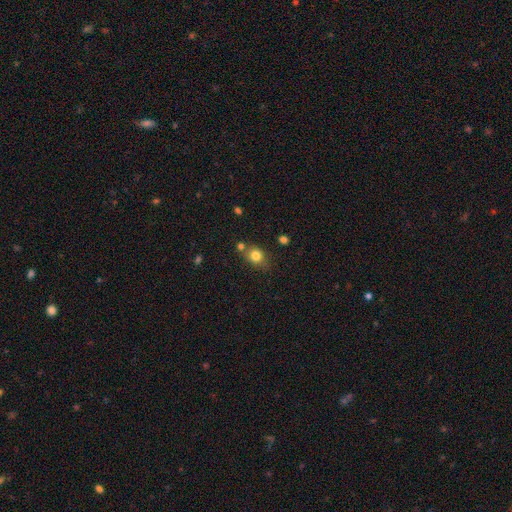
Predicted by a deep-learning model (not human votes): This is clearly a smooth galaxy (80%). How rounded: possibly round (58%). Merging: likely none (66%).